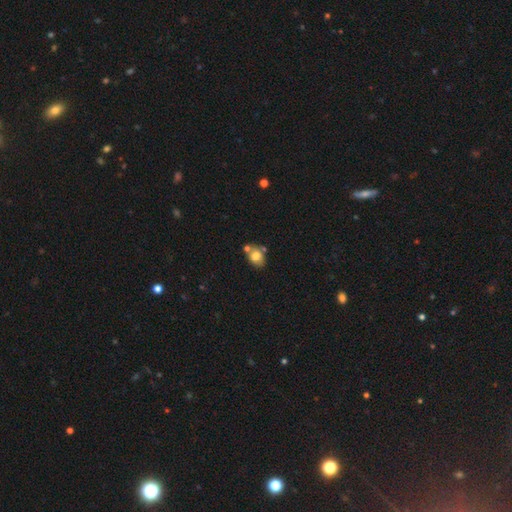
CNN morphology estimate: Smooth or featured? smooth (72%)
How rounded? in between (58%)
Merging? none (49%)